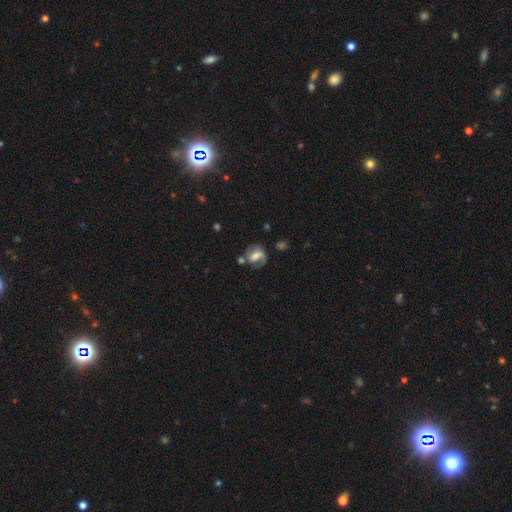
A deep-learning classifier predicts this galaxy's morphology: Smooth or featured? featured or disk (73%)
Edge-on disk? no (97%)
Bar? weak (45%)
Spiral arms? yes (90%)
Spiral winding? medium (50%)
Spiral arm count? 2 (73%)
Bulge size? moderate (50%)
Merging? none (57%)